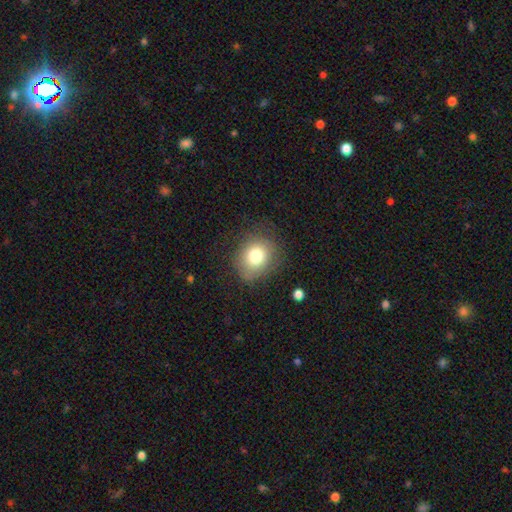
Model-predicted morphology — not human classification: Smooth or featured? Predicted: smooth (p=0.77). How rounded? Predicted: round (p=0.65). Merging? Predicted: none (p=0.74).